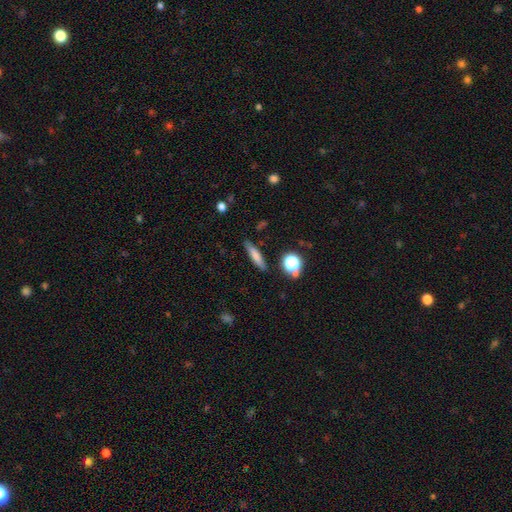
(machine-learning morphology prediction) type=smooth (71%); roundness=cigar-shaped (80%); merging=none (85%).